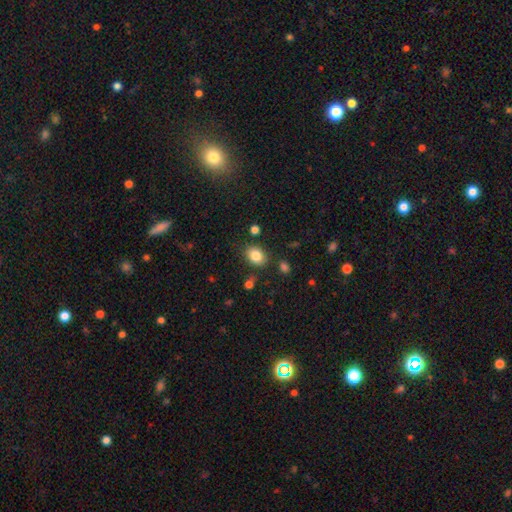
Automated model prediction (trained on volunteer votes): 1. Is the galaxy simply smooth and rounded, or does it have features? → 84% smooth, 9% star or artifact, 7% featured or disk.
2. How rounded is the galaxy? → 61% in between, 38% round, 1% cigar-shaped.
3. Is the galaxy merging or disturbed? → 82% none, 11% minor disturbance, 4% merger, 3% major disturbance.